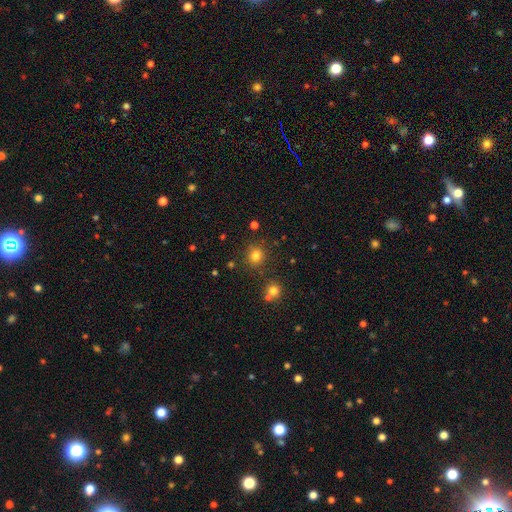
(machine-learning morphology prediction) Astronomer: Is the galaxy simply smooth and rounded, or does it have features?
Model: smooth — 79%.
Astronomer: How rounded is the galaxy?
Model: round — 87%.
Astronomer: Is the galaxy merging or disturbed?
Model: none — 84%.